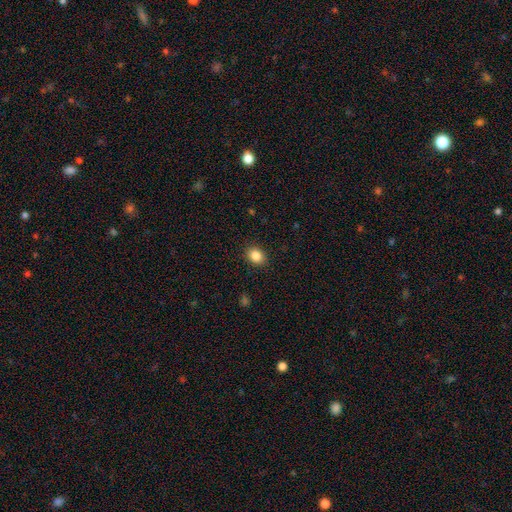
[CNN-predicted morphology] Smooth or featured? Predicted: smooth (p=0.86). How rounded? Predicted: in between (p=0.56). Merging? Predicted: none (p=0.90).